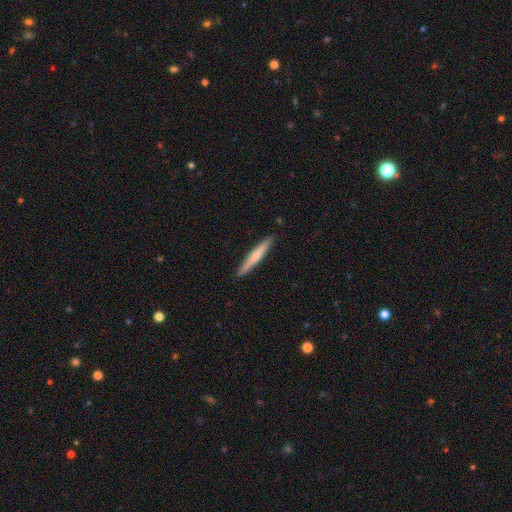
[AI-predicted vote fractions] A smooth galaxy with no disk features (60%) that is cigar-shaped (95%). Merging: none (90%).